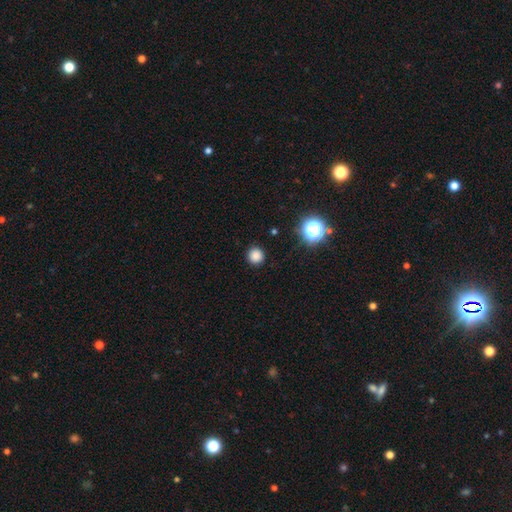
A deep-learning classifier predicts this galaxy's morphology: This appears to be a smooth galaxy with no disk features (82%) that is round (95%). Merging: none (91%).